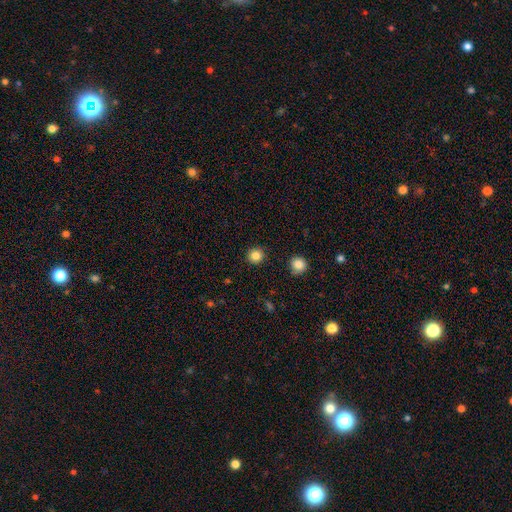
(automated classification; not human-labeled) Smooth or featured: smooth — 85% (star or artifact — 11%)
How rounded: round — 94% (in between — 5%)
Merging: none — 91% (minor disturbance — 5%)